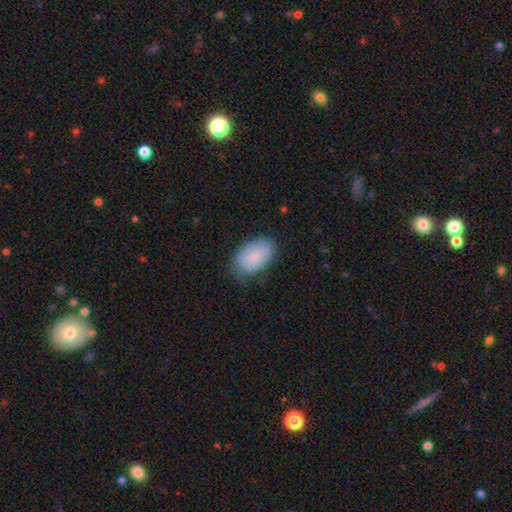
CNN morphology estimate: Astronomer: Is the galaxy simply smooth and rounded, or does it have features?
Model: smooth — 76%.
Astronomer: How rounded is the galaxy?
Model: in between — 90%.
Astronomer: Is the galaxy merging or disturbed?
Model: none — 71%.